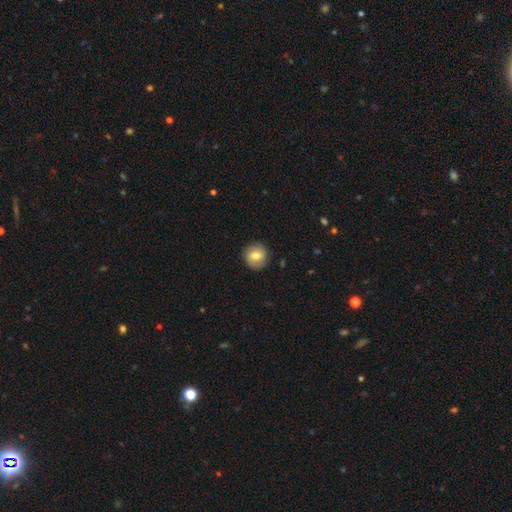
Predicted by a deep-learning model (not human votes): This is likely a smooth galaxy (71%). How rounded: clearly round (91%). Merging: clearly none (88%).